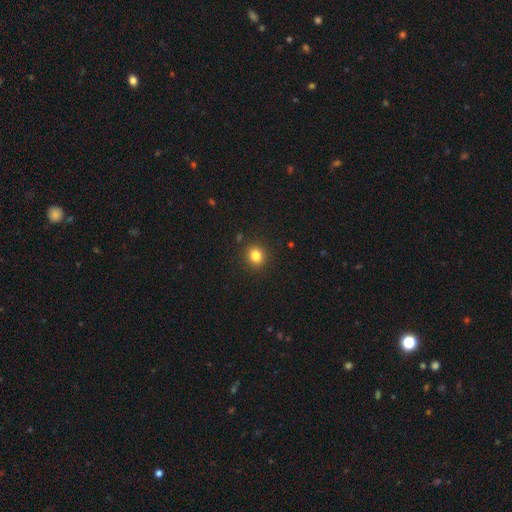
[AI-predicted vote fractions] smooth_or_featured: smooth (p=0.82) [alt: star or artifact p=0.12]
how_rounded: round (p=0.79) [alt: in between p=0.20]
merging: none (p=0.90) [alt: minor disturbance p=0.06]